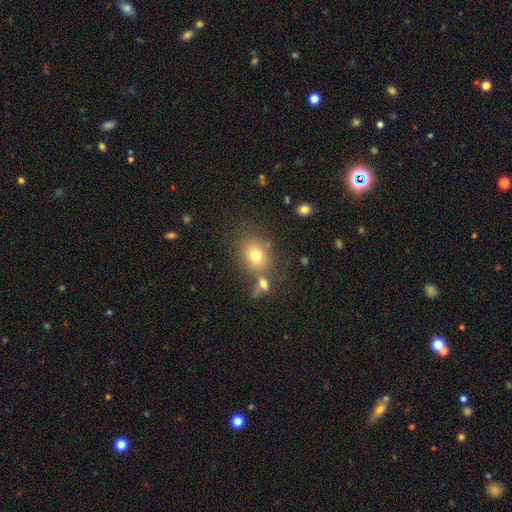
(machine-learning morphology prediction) Overall: smooth (75%). How rounded: round (59%; in between 40%). Merging: none (63%).